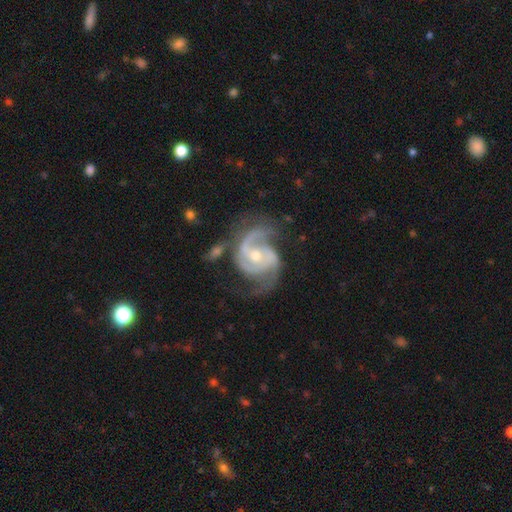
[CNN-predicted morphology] featured or disk 92%, star or artifact 5%, smooth 4%. Down the decision tree: edge-on disk — no (98%); bar — no (52%); spiral arms — yes (98%); spiral arm count — 2 (53%); spiral winding — medium (53%); bulge size — small (50%); merging — none (56%).